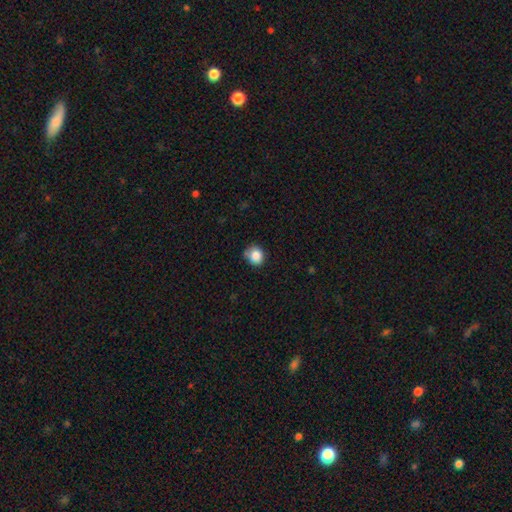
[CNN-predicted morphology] smooth 85%, star or artifact 10%, featured or disk 5%. Down the decision tree: how rounded — round (82%); merging — none (69%).